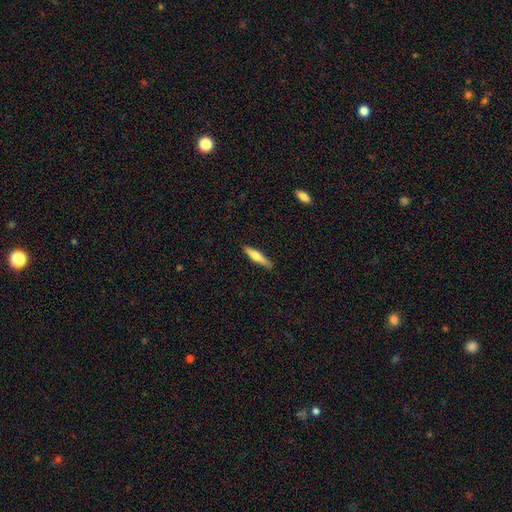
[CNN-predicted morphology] Overall: smooth (54%; featured or disk 41%). How rounded: cigar-shaped (87%). Merging: none (88%).